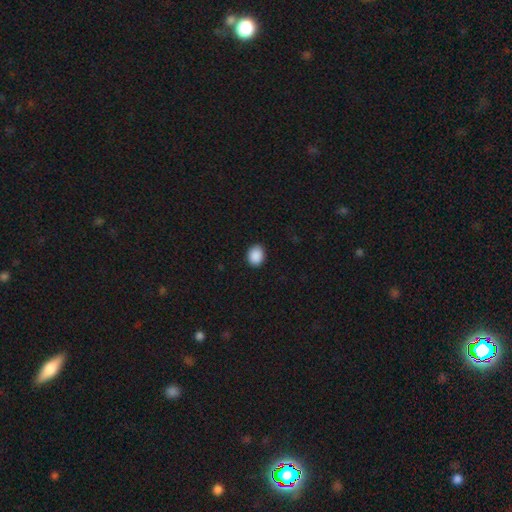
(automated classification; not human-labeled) A smooth galaxy with no disk features (90%) that is in between round and cigar-shaped (51%). Merging: none (90%).